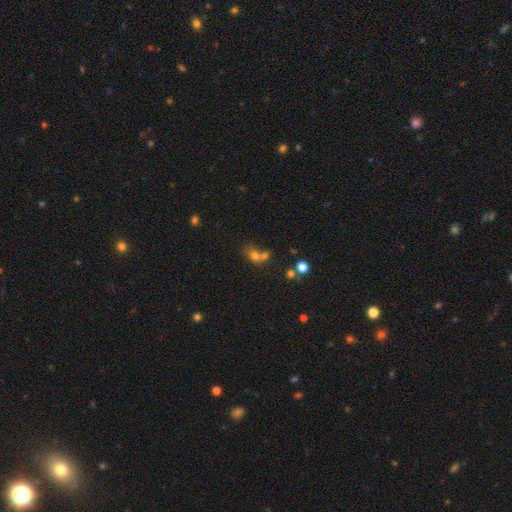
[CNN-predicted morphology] smooth 67%, star or artifact 19%, featured or disk 14%. Down the decision tree: how rounded — round (59%); merging — merger (51%).